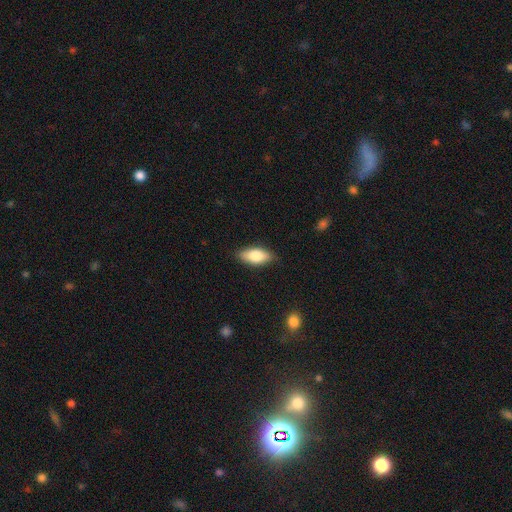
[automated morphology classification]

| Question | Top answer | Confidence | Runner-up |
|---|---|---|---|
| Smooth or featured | smooth | 79% | featured or disk (15%) |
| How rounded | in between | 86% | cigar-shaped (11%) |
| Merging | none | 84% | minor disturbance (12%) |